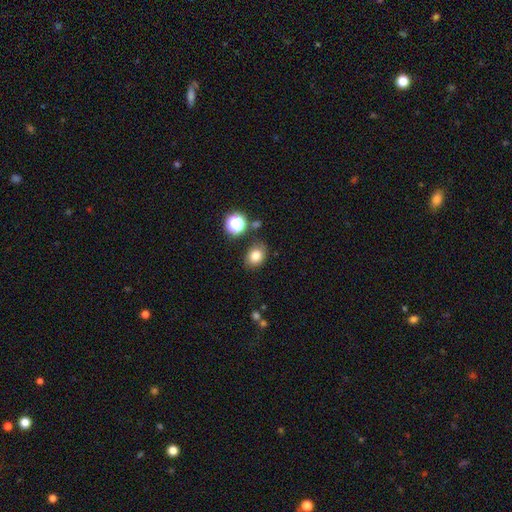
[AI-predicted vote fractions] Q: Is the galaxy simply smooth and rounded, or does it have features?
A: smooth — 79%.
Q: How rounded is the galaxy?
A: in between — 54%.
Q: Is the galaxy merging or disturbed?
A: none — 81%.